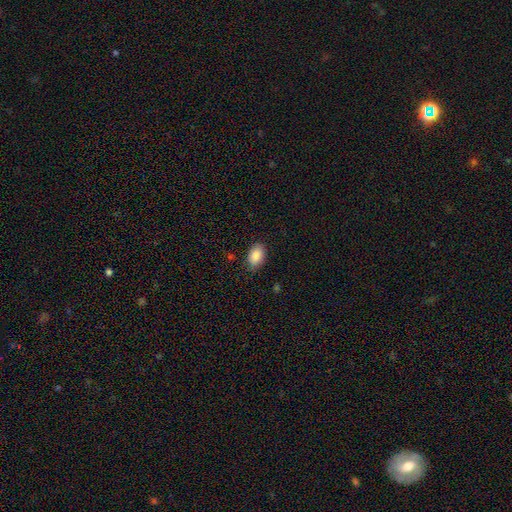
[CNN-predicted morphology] Overall: smooth (88%). How rounded: in between (89%). Merging: none (84%).